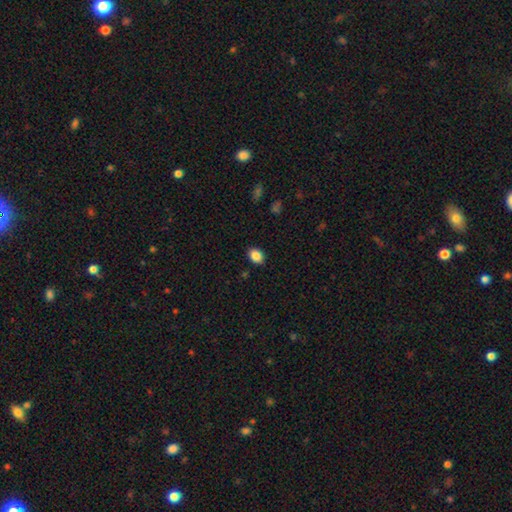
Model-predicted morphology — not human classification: type=smooth (88%); roundness=in between (71%); merging=none (88%).